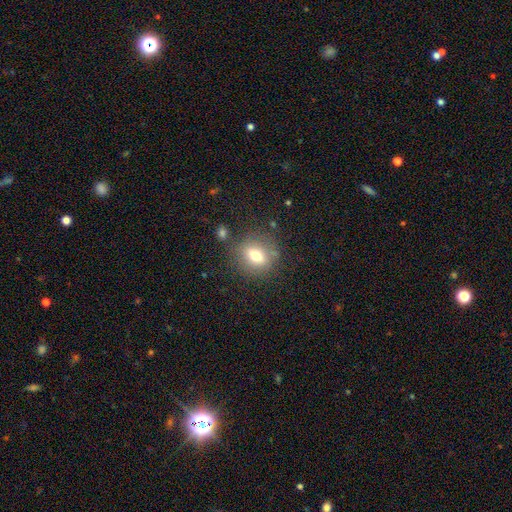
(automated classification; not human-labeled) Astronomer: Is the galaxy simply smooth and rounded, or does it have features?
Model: smooth — 69%.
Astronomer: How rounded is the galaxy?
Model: round — 57% (runner-up: in between, 40%).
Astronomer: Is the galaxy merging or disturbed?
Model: none — 77%.